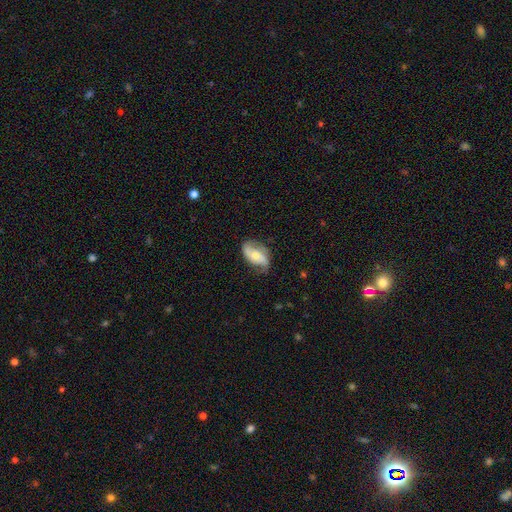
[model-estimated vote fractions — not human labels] featured or disk 71%, smooth 23%, star or artifact 6%. Down the decision tree: edge-on disk — no (95%); bar — no (58%); spiral arms — yes (90%); spiral arm count — 2 (87%); spiral winding — loose (57%); bulge size — moderate (49%); merging — none (66%).